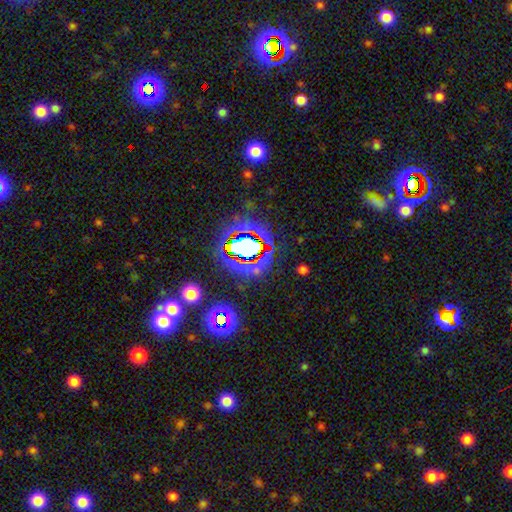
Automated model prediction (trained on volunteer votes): Q: Smooth or featured?
A: star or artifact (79%); runner-up: smooth (12%)